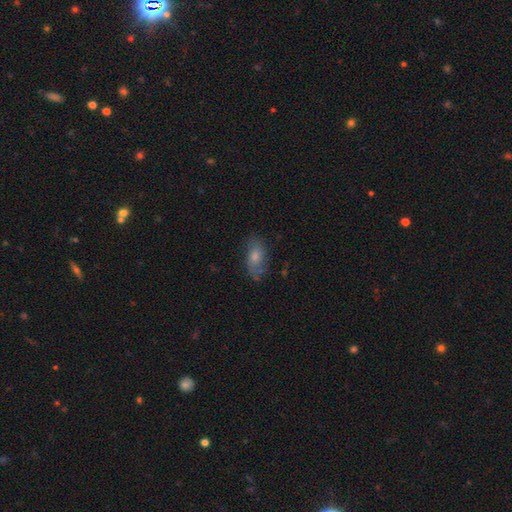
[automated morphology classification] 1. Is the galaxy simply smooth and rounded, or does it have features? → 46% featured or disk, 40% smooth, 14% star or artifact.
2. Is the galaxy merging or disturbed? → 72% none, 19% minor disturbance, 7% major disturbance, 2% merger.